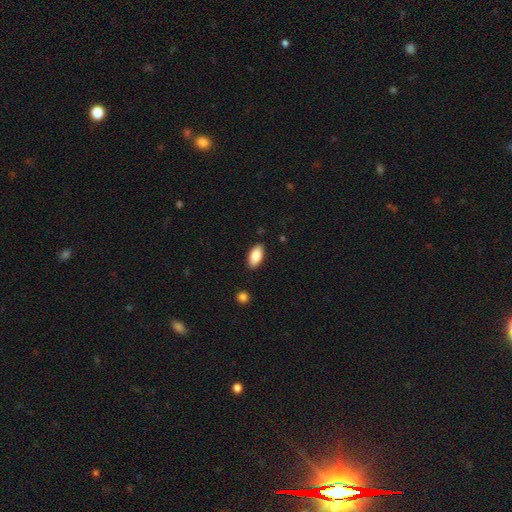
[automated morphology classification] type=smooth (85%); roundness=in between (92%); merging=none (87%).